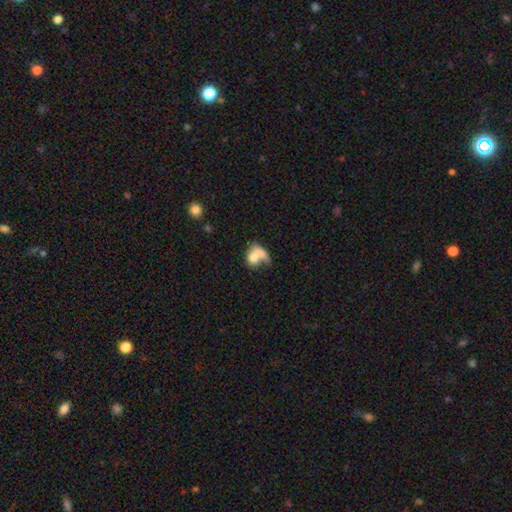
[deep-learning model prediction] Smooth or featured? Predicted: smooth (p=0.68). How rounded? Predicted: in between (p=0.62). Merging? Predicted: merger (p=0.67).